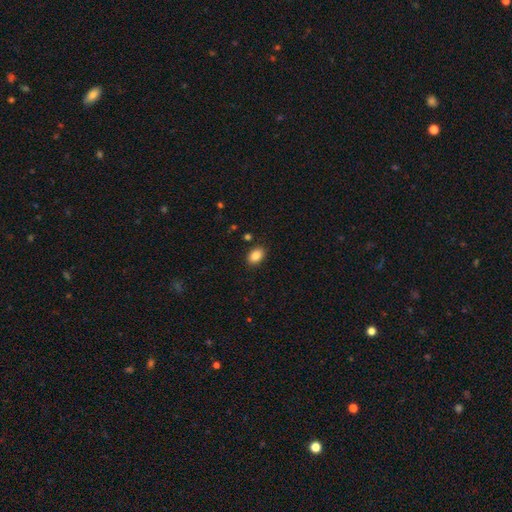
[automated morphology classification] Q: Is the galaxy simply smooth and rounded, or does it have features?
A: smooth — 87%.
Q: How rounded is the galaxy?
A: in between — 80%.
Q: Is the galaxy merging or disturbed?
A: none — 88%.